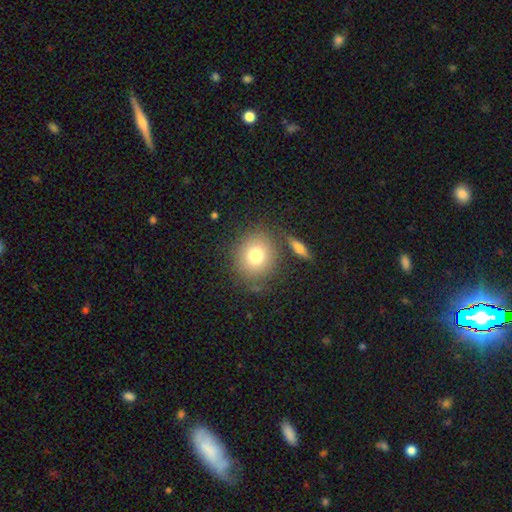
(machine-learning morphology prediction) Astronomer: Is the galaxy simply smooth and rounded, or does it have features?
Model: smooth — 75%.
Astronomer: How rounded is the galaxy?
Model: round — 81%.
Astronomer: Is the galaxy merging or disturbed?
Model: none — 77%.